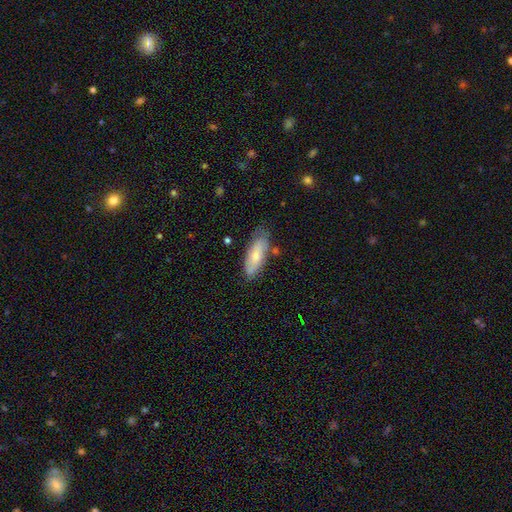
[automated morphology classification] smooth_or_featured: smooth (p=0.63) [alt: featured or disk p=0.31]
how_rounded: in between (p=0.72) [alt: cigar-shaped p=0.26]
merging: none (p=0.68) [alt: minor disturbance p=0.23]